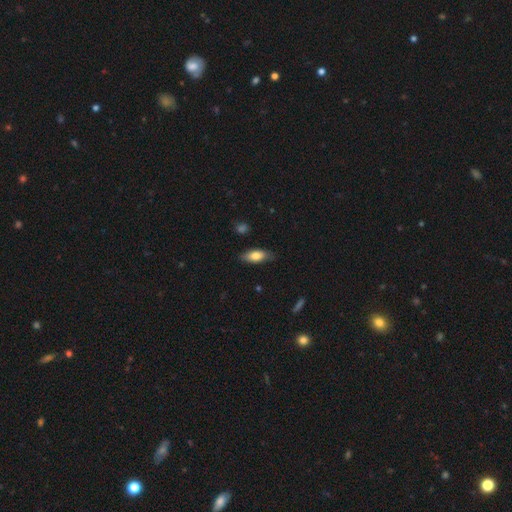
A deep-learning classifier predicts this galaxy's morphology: This appears to be a smooth galaxy with no disk features (77%) that is in between round and cigar-shaped (79%). Merging: none (78%).